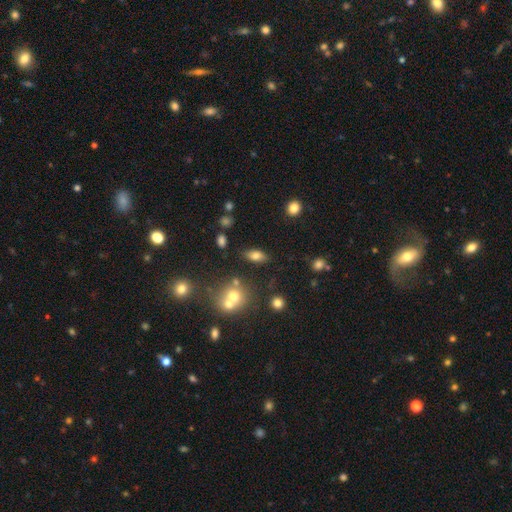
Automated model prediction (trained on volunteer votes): smooth_or_featured: smooth (p=0.75) [alt: featured or disk p=0.15]
how_rounded: in between (p=0.86) [alt: cigar-shaped p=0.09]
merging: none (p=0.79) [alt: minor disturbance p=0.11]